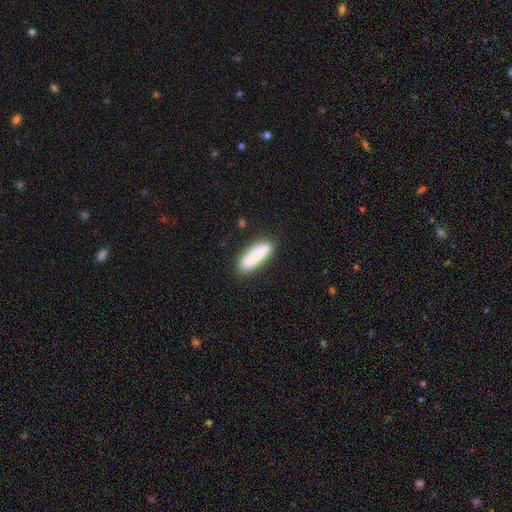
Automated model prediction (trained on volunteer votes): smooth 86%, featured or disk 8%, star or artifact 6%. Down the decision tree: how rounded — cigar-shaped (59%); merging — none (84%).